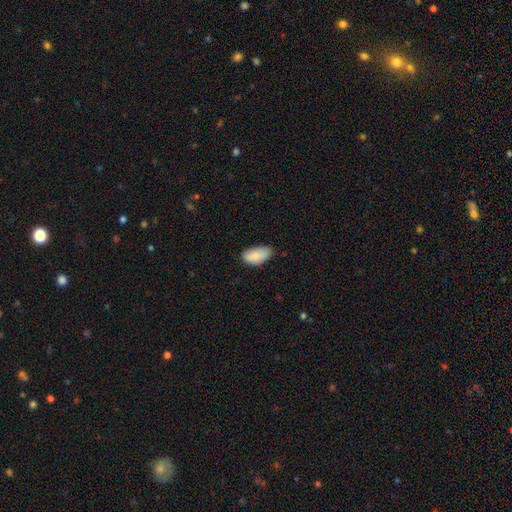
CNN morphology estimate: Smooth or featured?
  - smooth: 87% *
  - star or artifact: 7%
  - featured or disk: 6%
How rounded?
  - in between: 94% *
  - cigar-shaped: 4%
  - round: 3%
Merging?
  - none: 65% *
  - minor disturbance: 29%
  - major disturbance: 5%
  - merger: 1%